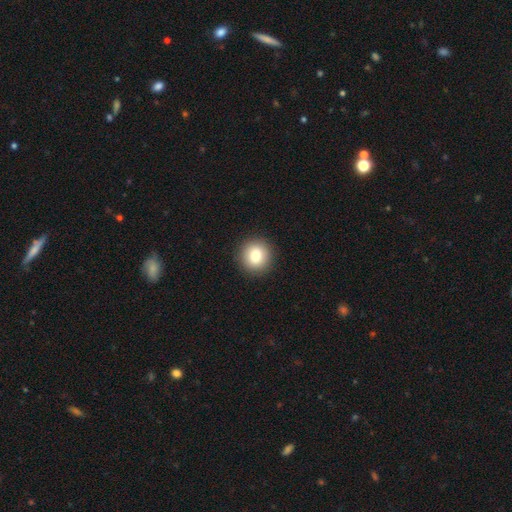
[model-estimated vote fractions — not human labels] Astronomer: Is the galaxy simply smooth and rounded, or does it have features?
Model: smooth — 81%.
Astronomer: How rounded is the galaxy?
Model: round — 92%.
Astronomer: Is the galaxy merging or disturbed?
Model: none — 92%.